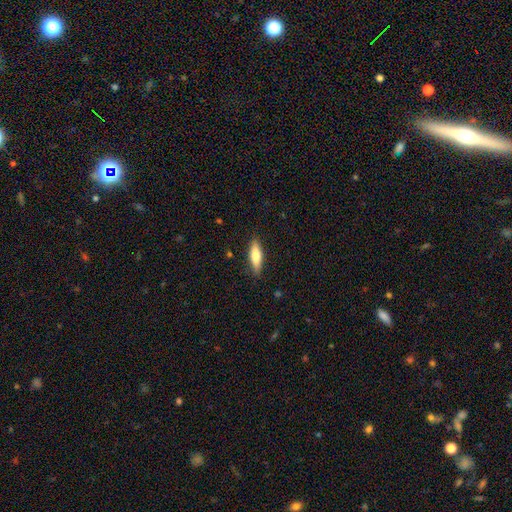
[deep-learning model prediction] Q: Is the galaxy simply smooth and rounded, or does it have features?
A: smooth — 71%.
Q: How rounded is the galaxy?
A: cigar-shaped — 56%.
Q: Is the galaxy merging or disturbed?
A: none — 87%.